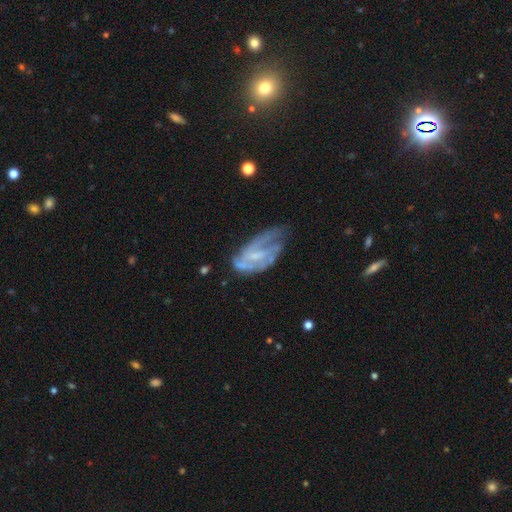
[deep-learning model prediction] smooth-or-featured: featured or disk: 75% | smooth: 17% | star or artifact: 7%
  disk-edge-on: no: 95% | yes: 5%
    bar: weak: 44% | no: 39% | strong: 17%
    has-spiral-arms: yes: 79% | no: 21%
      spiral-winding: medium: 41% | tight: 37% | loose: 22%
      spiral-arm-count: 2: 35% (tied) | can't tell: 35% (tied) | 3: 14% | 1: 9% | 4: 4% | more than 4: 3%
    bulge-size: small: 48% | none: 29% | moderate: 21% | large: 2% | dominant: 1%
  merging: none: 41% | minor disturbance: 28% | major disturbance: 27% | merger: 4%